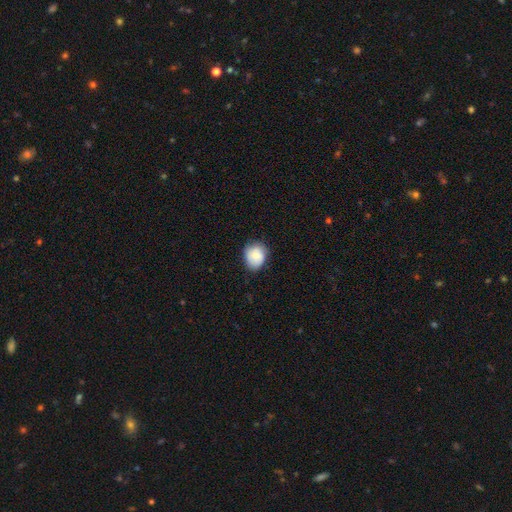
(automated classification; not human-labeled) This appears to be a smooth galaxy with no disk features (83%) that is round (66%). Merging: none (73%).